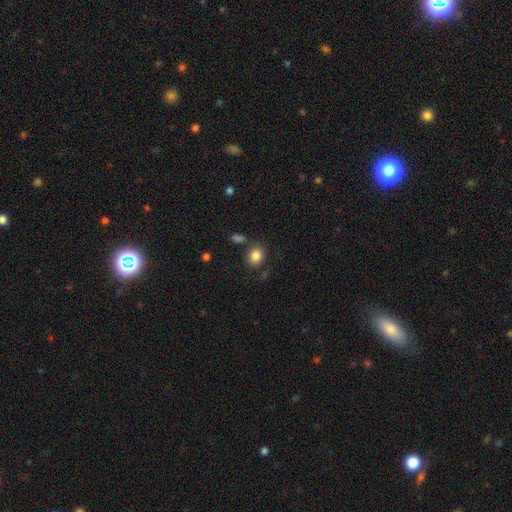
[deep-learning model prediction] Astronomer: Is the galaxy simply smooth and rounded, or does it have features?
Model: smooth — 84%.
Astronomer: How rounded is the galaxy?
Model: round — 59% (runner-up: in between, 40%).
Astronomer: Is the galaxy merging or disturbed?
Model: none — 78%.